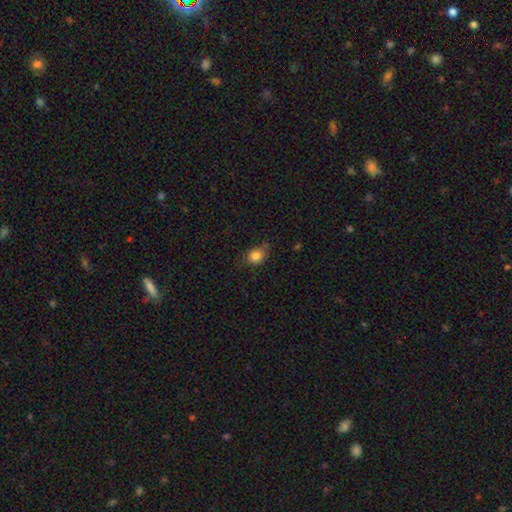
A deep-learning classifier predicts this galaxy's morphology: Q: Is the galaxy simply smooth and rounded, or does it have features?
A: smooth — 84%.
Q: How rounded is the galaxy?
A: in between — 55%.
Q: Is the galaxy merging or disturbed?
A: none — 66%.